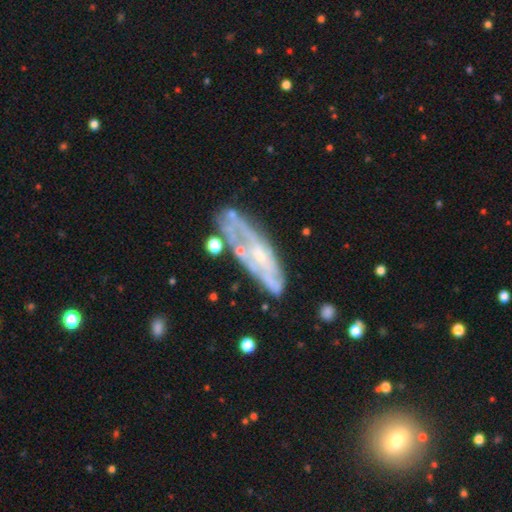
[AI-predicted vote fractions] This is likely a featured or disk galaxy (70%). It is likely not viewed edge-on (73%). Bar: likely no (65%). Spiral arm pattern: possibly yes (60%). Central bulge: likely small (65%). Merging: possibly none (57%).